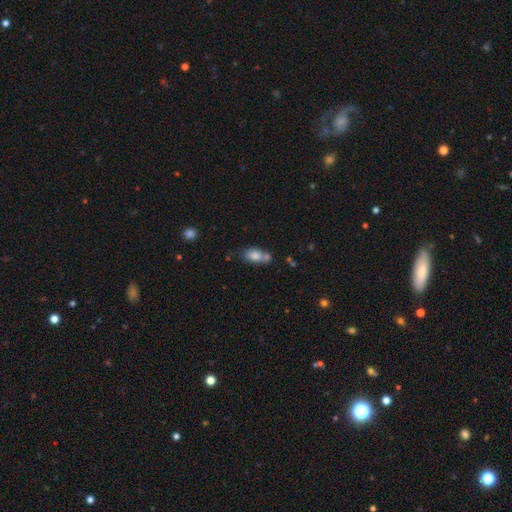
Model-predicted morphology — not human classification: Smooth or featured?
  - smooth: 77% *
  - featured or disk: 14%
  - star or artifact: 9%
How rounded?
  - in between: 83% *
  - round: 8%
  - cigar-shaped: 8%
Merging?
  - none: 40% *
  - merger: 35%
  - minor disturbance: 18%
  - major disturbance: 7%